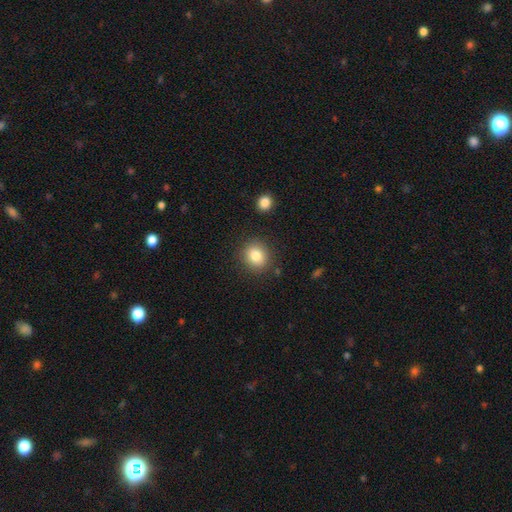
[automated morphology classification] Smooth or featured?
  - smooth: 83% *
  - star or artifact: 10%
  - featured or disk: 7%
How rounded?
  - round: 77% *
  - in between: 22%
  - cigar-shaped: 1%
Merging?
  - none: 86% *
  - minor disturbance: 8%
  - major disturbance: 3%
  - merger: 2%